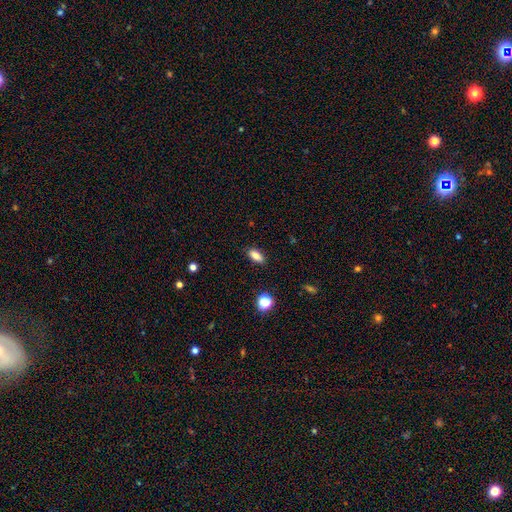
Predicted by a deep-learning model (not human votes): Smooth or featured?
  - smooth: 81% *
  - star or artifact: 10%
  - featured or disk: 8%
How rounded?
  - in between: 82% *
  - cigar-shaped: 13%
  - round: 5%
Merging?
  - none: 88% *
  - minor disturbance: 9%
  - major disturbance: 2%
  - merger: 1%